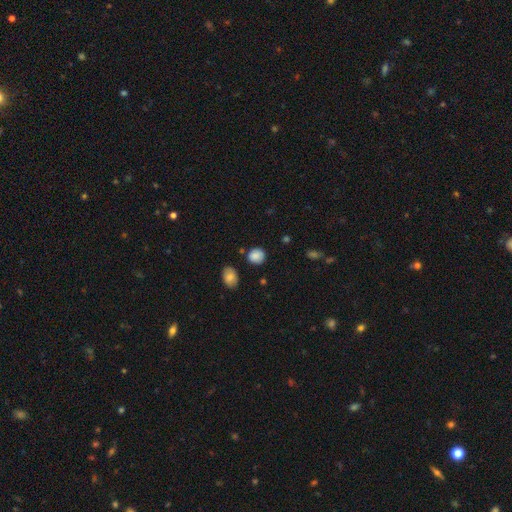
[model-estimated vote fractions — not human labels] Q: Smooth or featured?
A: smooth (86%); runner-up: star or artifact (9%)
Q: How rounded?
A: round (78%); runner-up: in between (21%)
Q: Merging?
A: none (81%); runner-up: minor disturbance (12%)